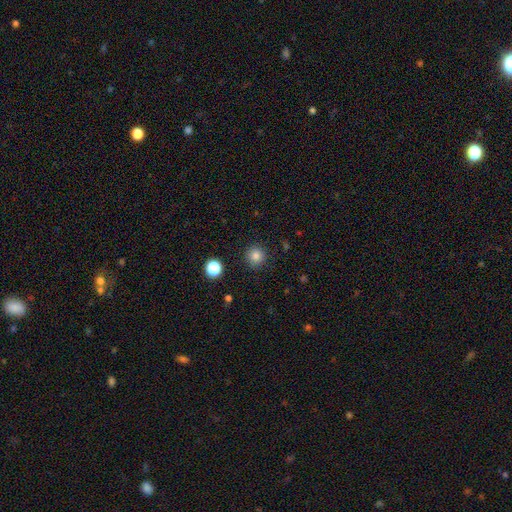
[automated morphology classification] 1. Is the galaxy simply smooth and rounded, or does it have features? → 83% smooth, 12% star or artifact, 5% featured or disk.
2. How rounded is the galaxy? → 94% round, 5% in between, 1% cigar-shaped.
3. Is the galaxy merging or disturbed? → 90% none, 6% minor disturbance, 2% major disturbance, 1% merger.